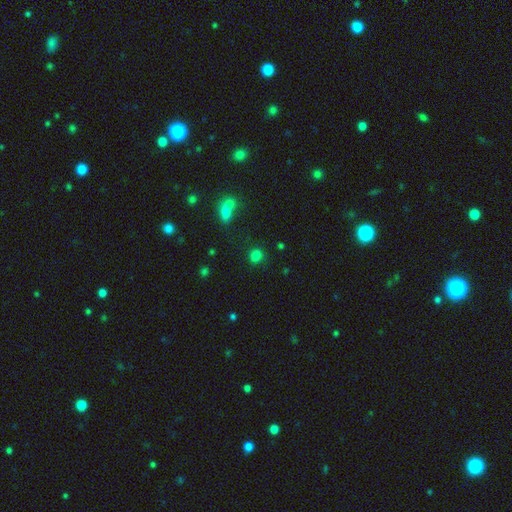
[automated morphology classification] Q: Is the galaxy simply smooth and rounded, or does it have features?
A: smooth — 79%.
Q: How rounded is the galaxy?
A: round — 59%.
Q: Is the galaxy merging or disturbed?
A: none — 75%.